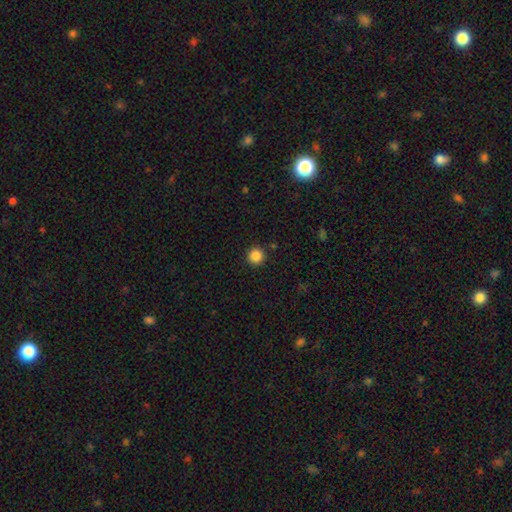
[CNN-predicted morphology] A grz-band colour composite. It shows a smooth galaxy with no disk features (86%) that is round (95%). Merging: none (91%).